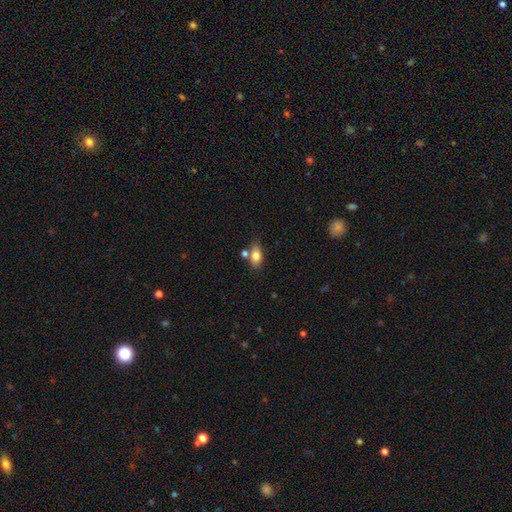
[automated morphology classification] Smooth or featured?
  - smooth: 78% *
  - featured or disk: 14%
  - star or artifact: 8%
How rounded?
  - in between: 85% *
  - cigar-shaped: 8%
  - round: 7%
Merging?
  - none: 64% *
  - merger: 17%
  - minor disturbance: 14%
  - major disturbance: 4%